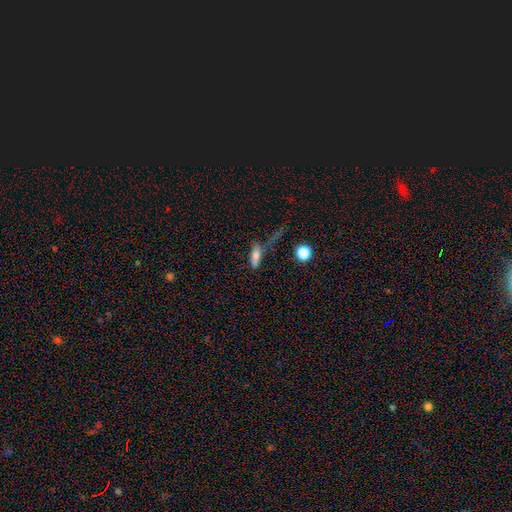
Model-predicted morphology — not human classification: Smooth or featured? smooth (67%)
How rounded? in between (56%)
Merging? none (45%)